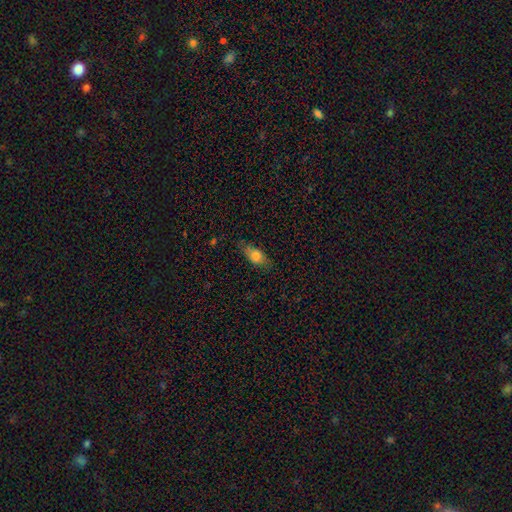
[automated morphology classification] smooth-or-featured: smooth: 77% | featured or disk: 15% | star or artifact: 8%
  how-rounded: in between: 81% | cigar-shaped: 12% | round: 8%
  merging: none: 72% | minor disturbance: 21% | major disturbance: 5% | merger: 1%